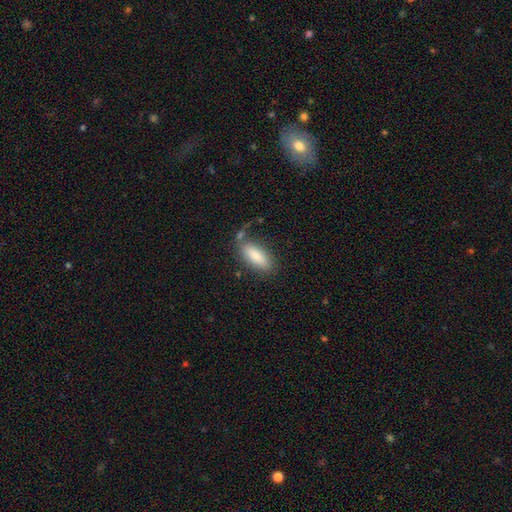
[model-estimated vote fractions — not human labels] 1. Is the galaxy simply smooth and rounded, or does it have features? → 85% smooth, 9% featured or disk, 6% star or artifact.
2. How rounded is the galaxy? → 76% in between, 22% cigar-shaped, 2% round.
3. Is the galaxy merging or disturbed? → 70% none, 16% minor disturbance, 8% merger, 6% major disturbance.